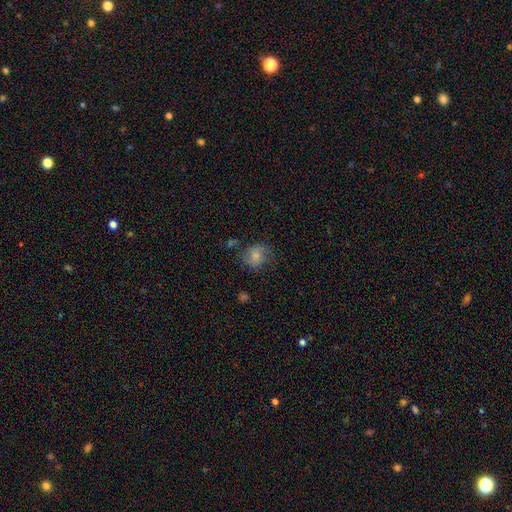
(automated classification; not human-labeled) The model was most divided on "merging": none: 59%, minor disturbance: 25%, major disturbance: 12%, merger: 4%. More confident: how rounded — round (70%); smooth or featured — smooth (66%).